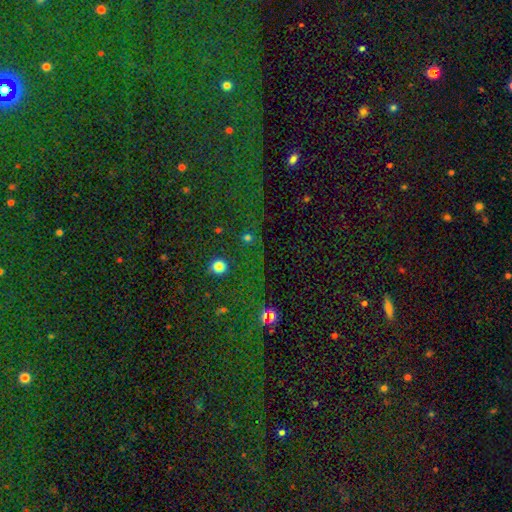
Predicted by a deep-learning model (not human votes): Morphology: type=star or artifact (78%).